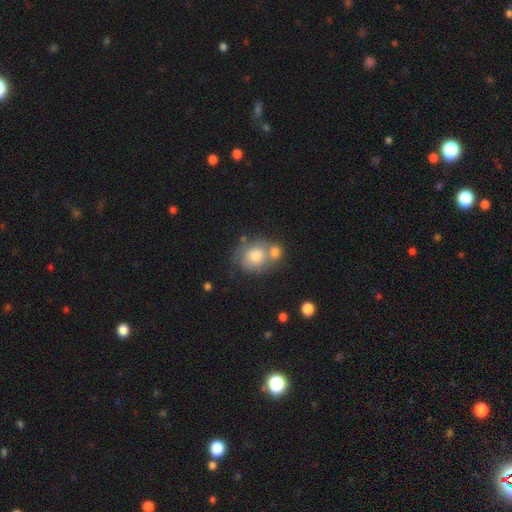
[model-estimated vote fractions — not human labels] This appears to be a smooth galaxy with no disk features (64%) that is round (72%). Merging: merger (44%).